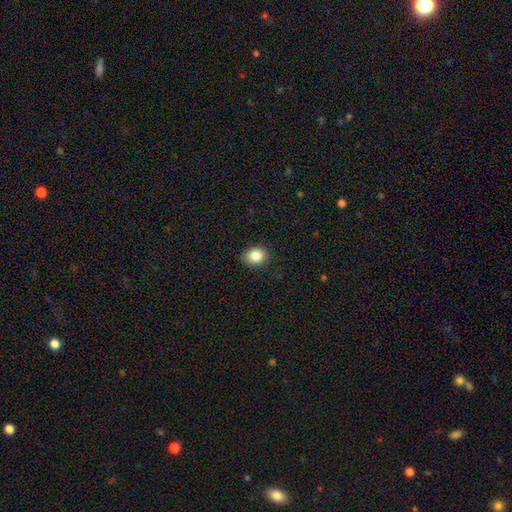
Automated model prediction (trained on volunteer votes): This is clearly a smooth galaxy (85%). How rounded: possibly in between (53%). Merging: clearly none (86%).